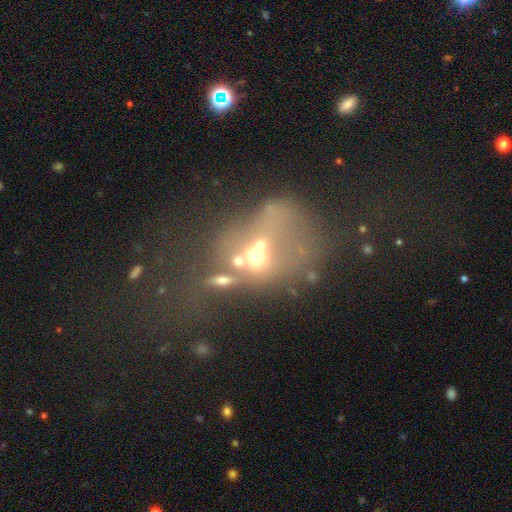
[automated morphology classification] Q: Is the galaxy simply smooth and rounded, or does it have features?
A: featured or disk — 41%.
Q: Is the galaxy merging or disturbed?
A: merger — 49%.